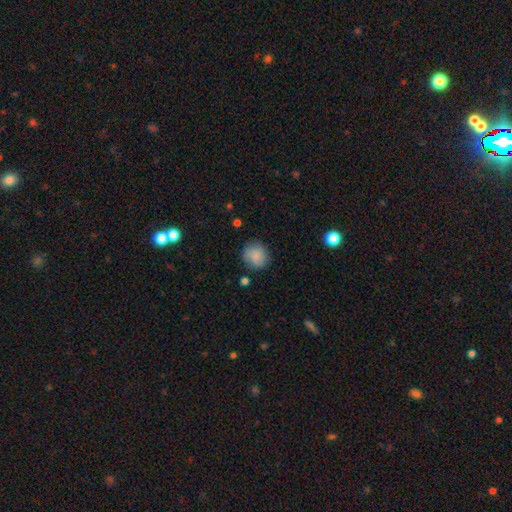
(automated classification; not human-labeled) Smooth or featured? Predicted: smooth (p=0.85). How rounded? Predicted: round (p=0.86). Merging? Predicted: none (p=0.82).